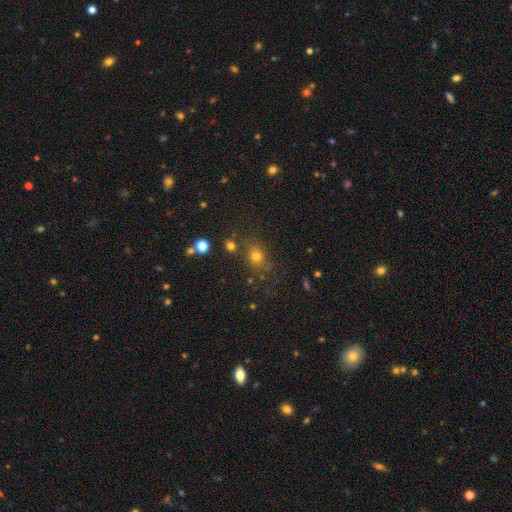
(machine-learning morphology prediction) Smooth or featured? Predicted: smooth (p=0.71). How rounded? Predicted: round (p=0.74). Merging? Predicted: none (p=0.73).